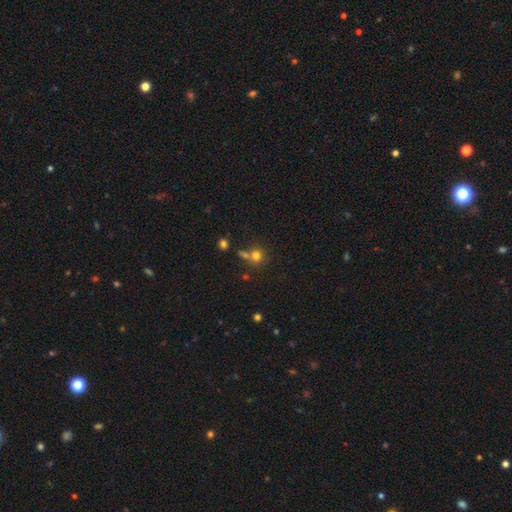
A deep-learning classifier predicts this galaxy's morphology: Q: Smooth or featured?
A: smooth (74%); runner-up: star or artifact (16%)
Q: How rounded?
A: round (86%); runner-up: in between (13%)
Q: Merging?
A: none (54%); runner-up: merger (30%)